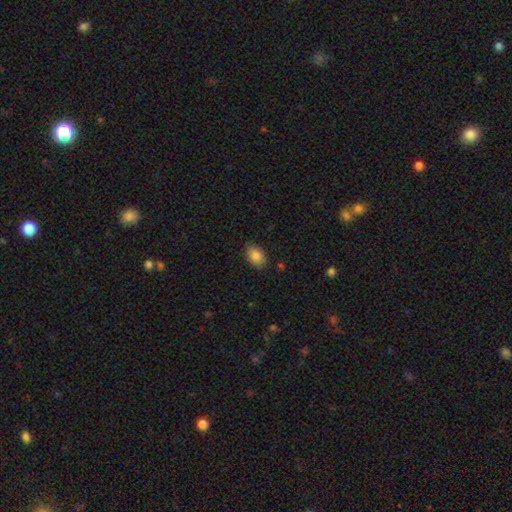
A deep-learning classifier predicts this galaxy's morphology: smooth-or-featured: smooth: 86% | star or artifact: 8% | featured or disk: 7%
  how-rounded: in between: 87% | round: 12% | cigar-shaped: 1%
  merging: none: 83% | minor disturbance: 13% | major disturbance: 2% | merger: 1%